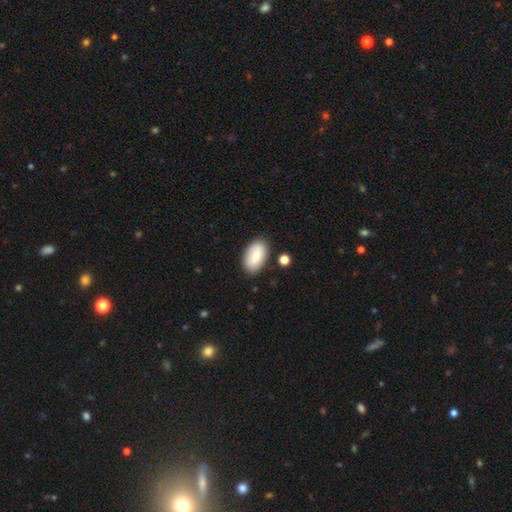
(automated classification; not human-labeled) Overall: smooth (74%). How rounded: in between (94%). Merging: none (82%).